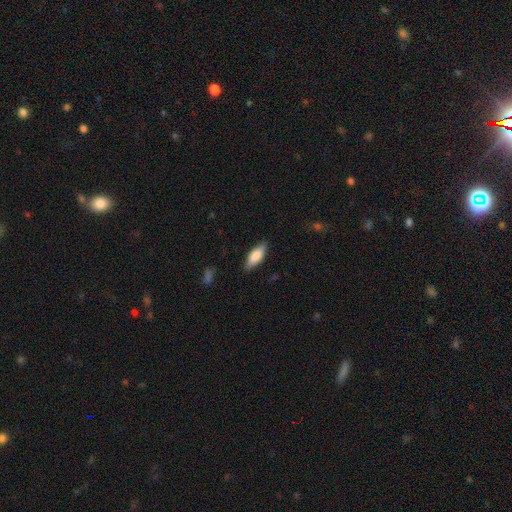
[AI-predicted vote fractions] The model was most divided on "how rounded": in between: 70%, cigar-shaped: 28%, round: 2%. More confident: merging — none (84%); smooth or featured — smooth (80%).